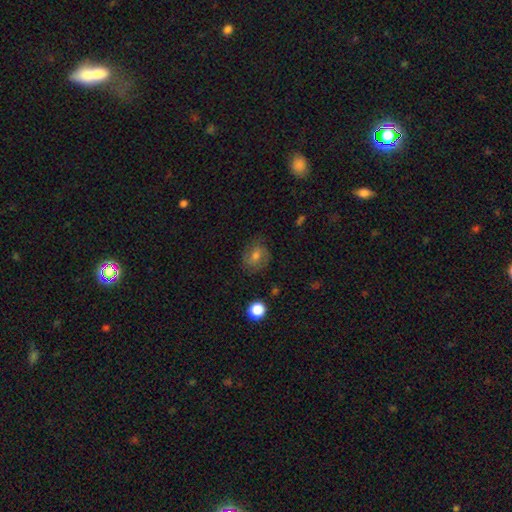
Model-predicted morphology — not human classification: This is possibly a smooth galaxy (46%). Merging: likely none (79%).